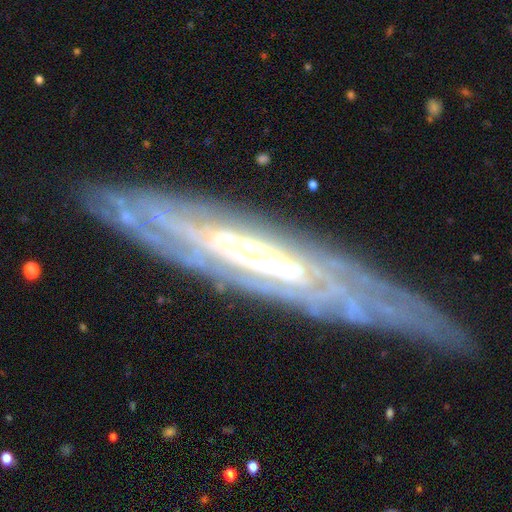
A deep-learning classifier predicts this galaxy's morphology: type=featured or disk (84%); edge-on=yes (53%); merging=none (79%).